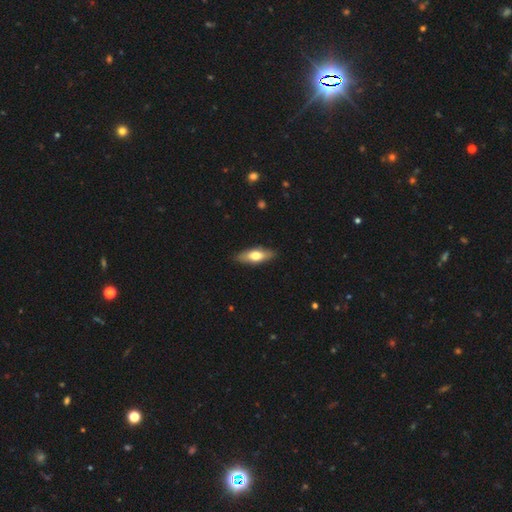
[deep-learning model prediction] A smooth galaxy with no disk features (61%) that is in between round and cigar-shaped (62%). Merging: none (88%).